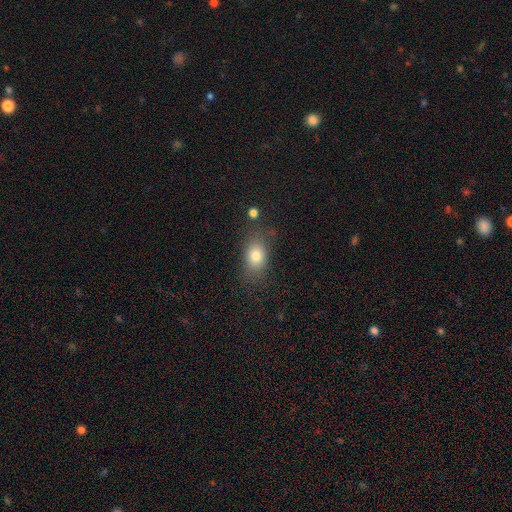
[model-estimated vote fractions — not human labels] Smooth or featured: smooth — 79% (star or artifact — 11%)
How rounded: in between — 74% (round — 23%)
Merging: none — 75% (minor disturbance — 16%)